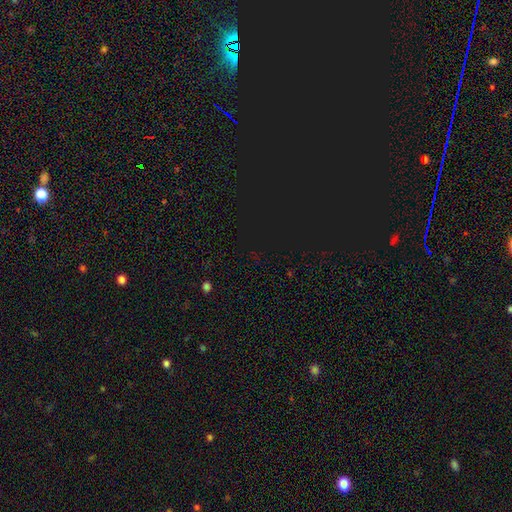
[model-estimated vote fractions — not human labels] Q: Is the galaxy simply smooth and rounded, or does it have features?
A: star or artifact — 76%.